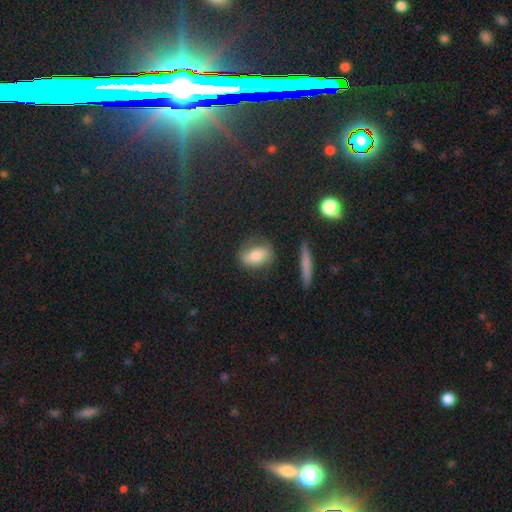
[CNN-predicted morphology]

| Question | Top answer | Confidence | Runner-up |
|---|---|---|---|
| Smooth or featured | smooth | 68% | featured or disk (20%) |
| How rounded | in between | 73% | round (19%) |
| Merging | none | 71% | minor disturbance (19%) |